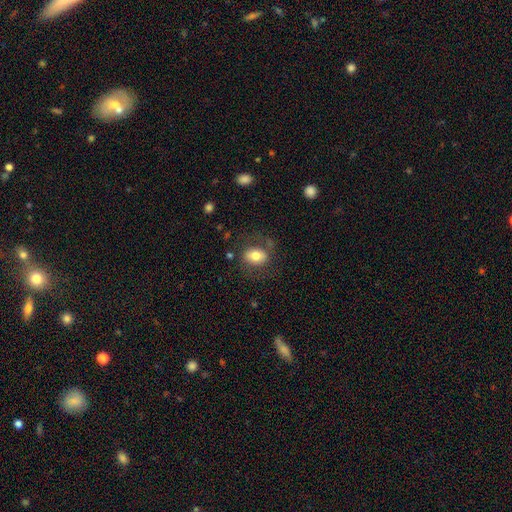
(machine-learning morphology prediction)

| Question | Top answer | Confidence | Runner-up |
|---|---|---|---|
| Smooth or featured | smooth | 71% | featured or disk (21%) |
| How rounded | in between | 67% | round (32%) |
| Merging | none | 70% | minor disturbance (17%) |